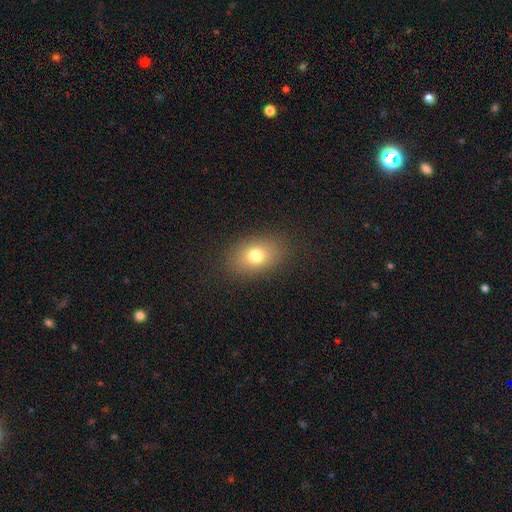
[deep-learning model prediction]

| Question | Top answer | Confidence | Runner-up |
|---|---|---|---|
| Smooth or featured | smooth | 76% | star or artifact (12%) |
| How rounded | in between | 77% | round (21%) |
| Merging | none | 87% | minor disturbance (9%) |